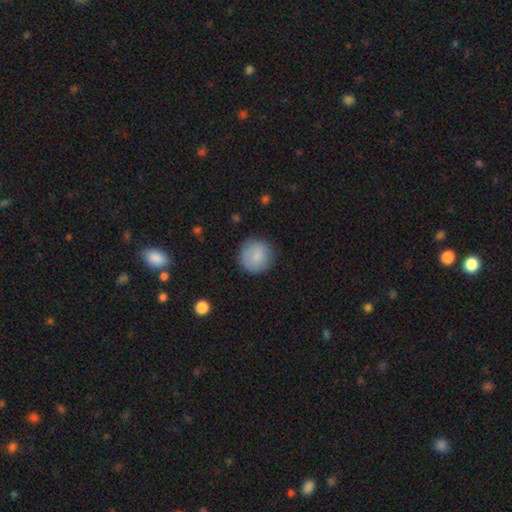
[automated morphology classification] This appears to be a smooth galaxy with no disk features (85%) that is round (94%). Merging: none (84%).